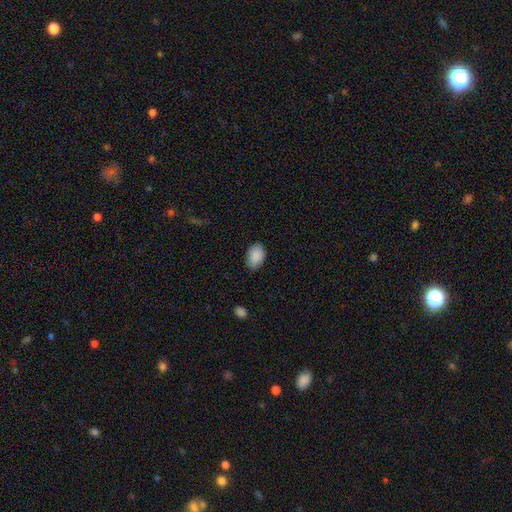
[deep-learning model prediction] Q: Smooth or featured?
A: smooth (90%); runner-up: star or artifact (7%)
Q: How rounded?
A: in between (87%); runner-up: round (11%)
Q: Merging?
A: none (81%); runner-up: minor disturbance (15%)